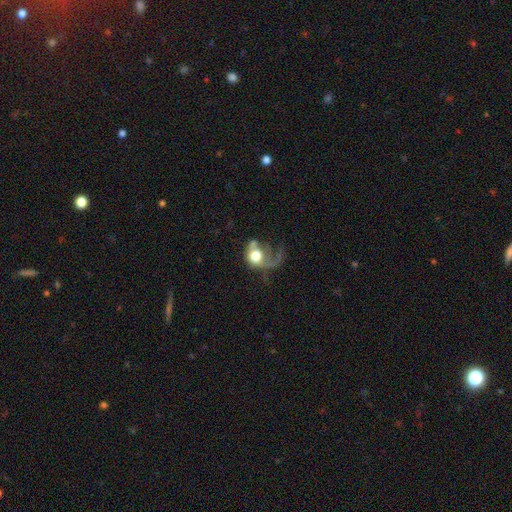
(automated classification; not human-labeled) smooth-or-featured: featured or disk: 48% | smooth: 43% | star or artifact: 9%
  merging: major disturbance: 57% | none: 20% | minor disturbance: 13% | merger: 10%